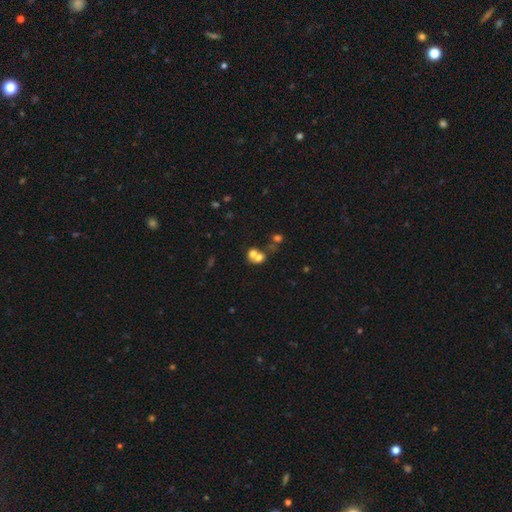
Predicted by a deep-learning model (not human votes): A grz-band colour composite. It shows a smooth galaxy with no disk features (62%) that is round (68%). Merging: merger (61%).